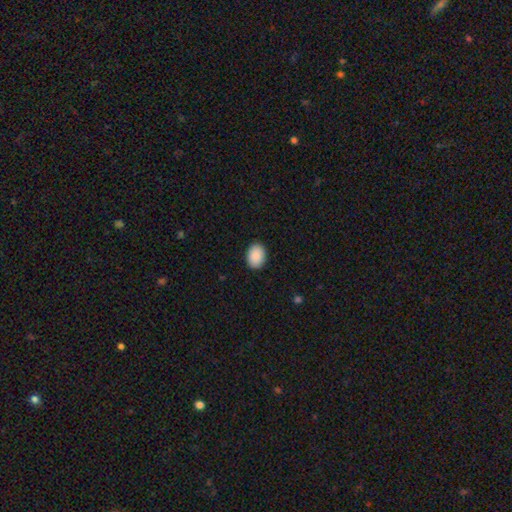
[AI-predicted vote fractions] Morphology: type=smooth (91%); roundness=in between (76%); merging=none (90%).